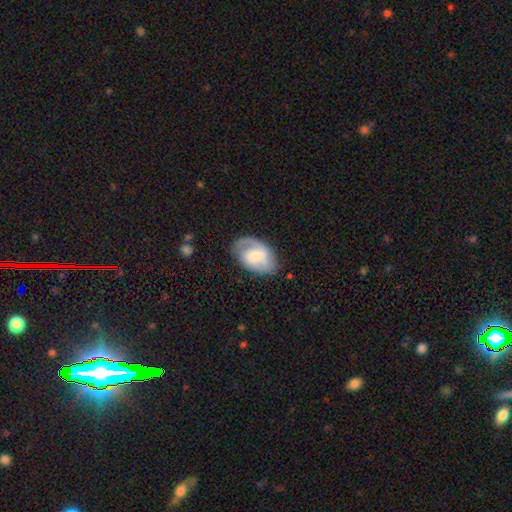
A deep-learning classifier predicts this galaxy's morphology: This appears to be a featured or disk galaxy (65%) with a weak bar (50%), 2 (69%) medium (47%) spiral arms (86%) and a moderate central bulge (42%). Merging: none (70%).